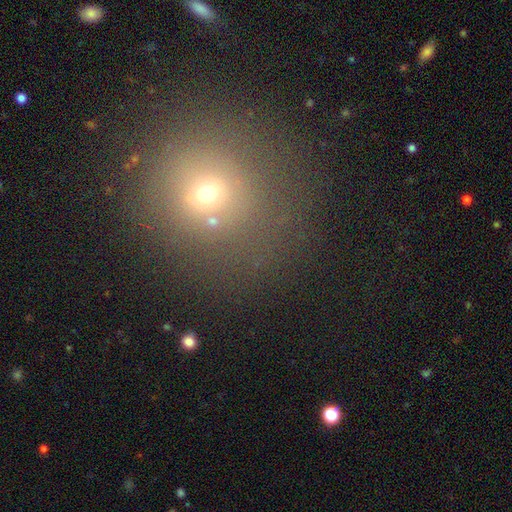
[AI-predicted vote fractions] Smooth or featured? smooth (55%)
How rounded? round (88%)
Merging? none (75%)